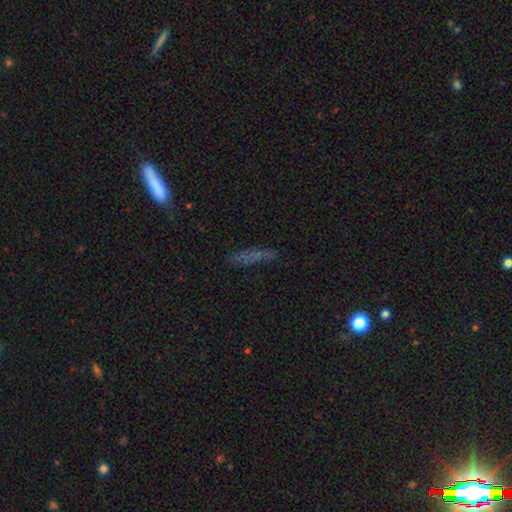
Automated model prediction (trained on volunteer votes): smooth 56%, featured or disk 26%, star or artifact 18%. Down the decision tree: how rounded — cigar-shaped (83%); merging — none (69%).